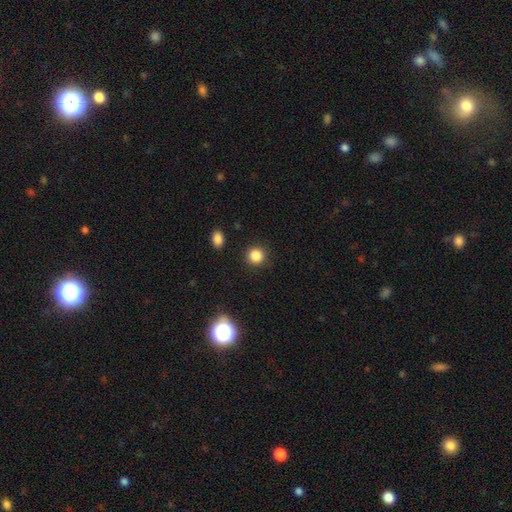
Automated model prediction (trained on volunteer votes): Q: Smooth or featured?
A: smooth (86%); runner-up: star or artifact (11%)
Q: How rounded?
A: round (91%); runner-up: in between (8%)
Q: Merging?
A: none (90%); runner-up: minor disturbance (6%)